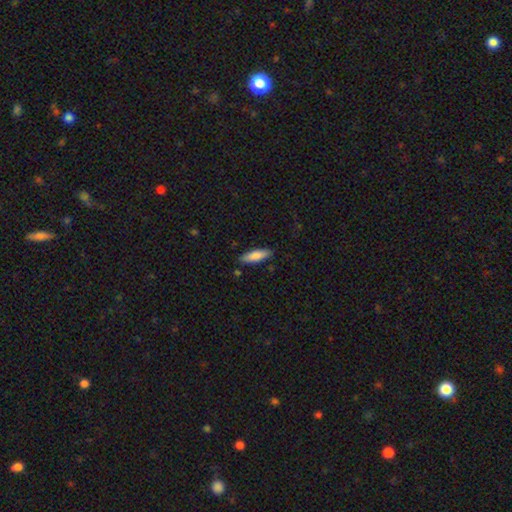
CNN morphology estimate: Smooth or featured? smooth (82%)
How rounded? cigar-shaped (56%)
Merging? none (85%)